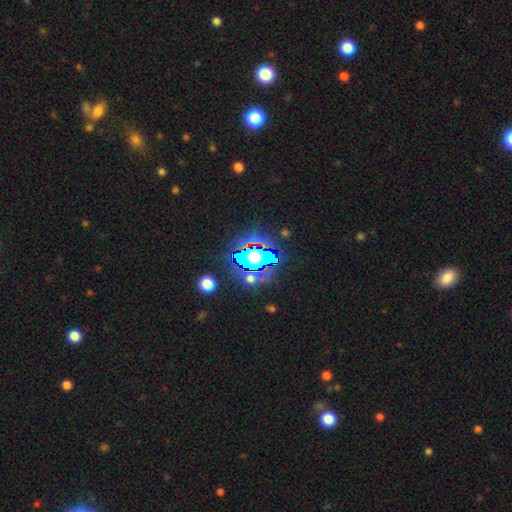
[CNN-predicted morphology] smooth_or_featured: star or artifact (p=0.76) [alt: smooth p=0.14]